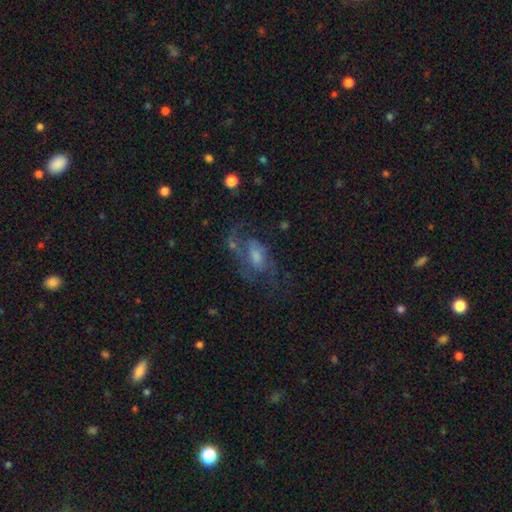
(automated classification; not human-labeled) Smooth or featured?
  - featured or disk: 67% *
  - smooth: 23%
  - star or artifact: 9%
Edge-on disk?
  - no: 95% *
  - yes: 5%
Bar?
  - no: 52% *
  - weak: 39%
  - strong: 9%
Spiral arms?
  - yes: 78% *
  - no: 22%
Spiral winding?
  - medium: 46% *
  - loose: 33%
  - tight: 21%
Spiral arm count?
  - 2: 44% *
  - can't tell: 24%
  - 1: 17%
  - 3: 8%
  - 4: 3%
  - more than 4: 3%
Bulge size?
  - moderate: 43% *
  - small: 34%
  - large: 11%
  - none: 11%
  - dominant: 2%
Merging?
  - none: 44% *
  - major disturbance: 32%
  - minor disturbance: 19%
  - merger: 4%